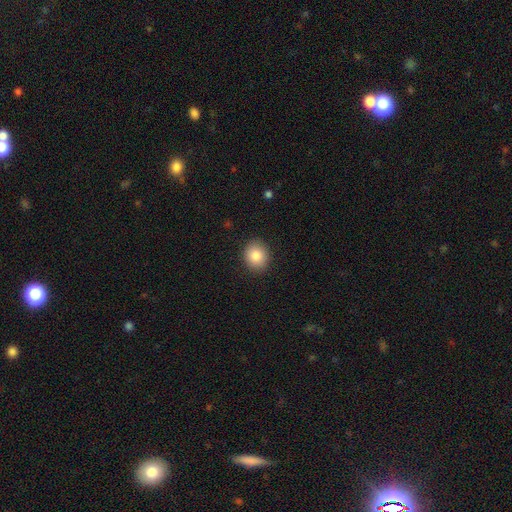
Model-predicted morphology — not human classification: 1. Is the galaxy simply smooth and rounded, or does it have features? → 85% smooth, 8% star or artifact, 7% featured or disk.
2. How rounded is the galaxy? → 63% round, 36% in between, 1% cigar-shaped.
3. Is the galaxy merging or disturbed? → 90% none, 7% minor disturbance, 2% major disturbance, 1% merger.